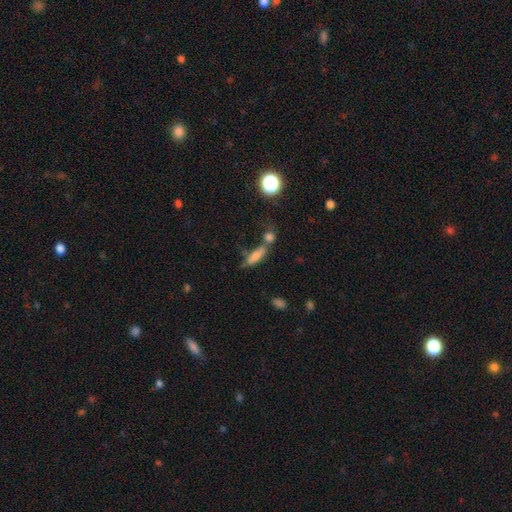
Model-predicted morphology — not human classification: This is likely a smooth galaxy (68%). How rounded: possibly cigar-shaped (48%). Merging: marginally merger (42%).